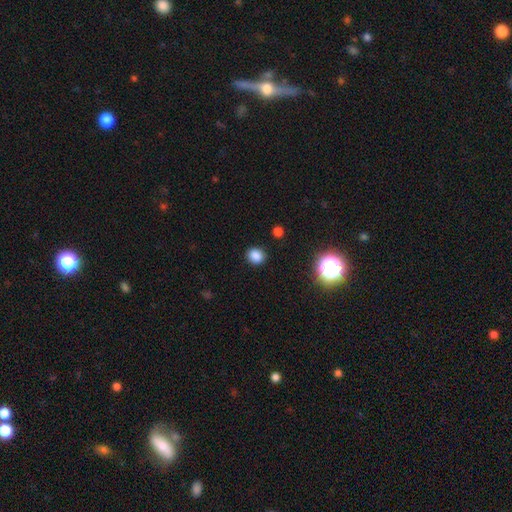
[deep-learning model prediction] smooth-or-featured: smooth: 83% | star or artifact: 13% | featured or disk: 4%
  how-rounded: round: 79% | in between: 20% | cigar-shaped: 1%
  merging: none: 89% | minor disturbance: 7% | major disturbance: 2% | merger: 1%